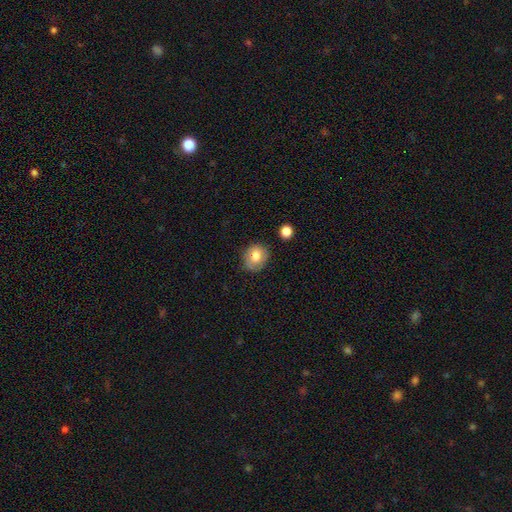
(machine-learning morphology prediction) The model was most divided on "how rounded": round: 69%, in between: 30%, cigar-shaped: 1%. More confident: smooth or featured — smooth (76%); merging — none (76%).